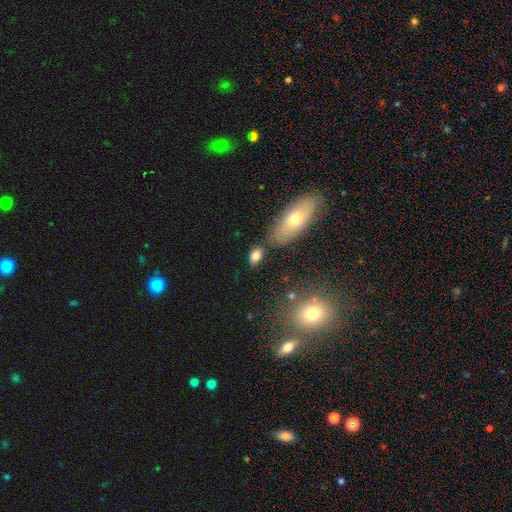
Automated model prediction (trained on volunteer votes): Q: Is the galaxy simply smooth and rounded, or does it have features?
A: smooth — 79%.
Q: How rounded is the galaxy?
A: in between — 85%.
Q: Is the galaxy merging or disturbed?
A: none — 73%.